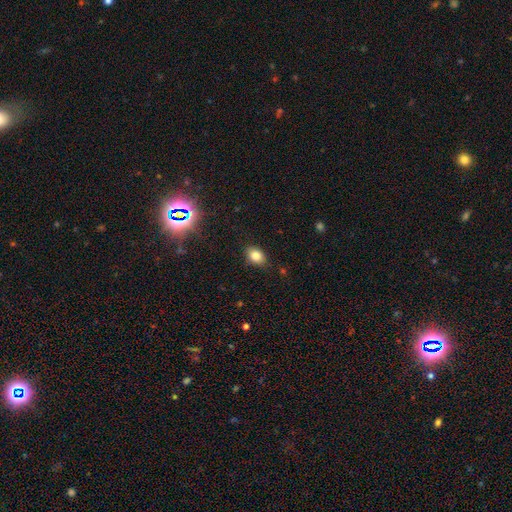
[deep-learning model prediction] Q: Smooth or featured?
A: smooth (81%); runner-up: star or artifact (11%)
Q: How rounded?
A: in between (76%); runner-up: round (22%)
Q: Merging?
A: none (85%); runner-up: minor disturbance (11%)